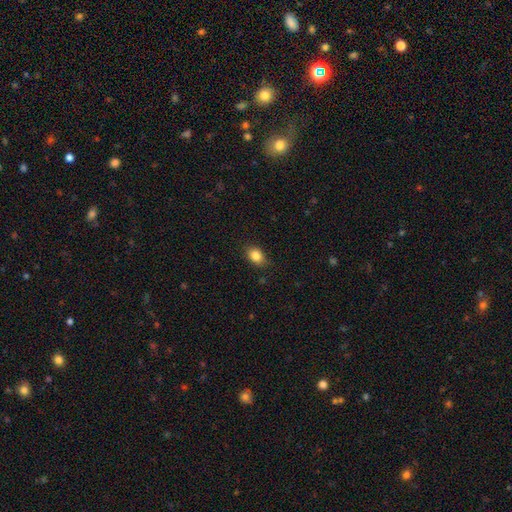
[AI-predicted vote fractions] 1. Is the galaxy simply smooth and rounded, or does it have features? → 85% smooth, 9% star or artifact, 6% featured or disk.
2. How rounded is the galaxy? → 72% in between, 26% round, 1% cigar-shaped.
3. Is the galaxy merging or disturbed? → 82% none, 14% minor disturbance, 3% major disturbance, 1% merger.